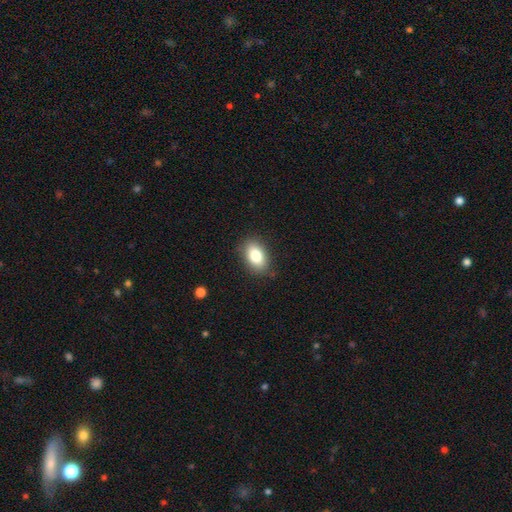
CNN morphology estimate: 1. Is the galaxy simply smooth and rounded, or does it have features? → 82% smooth, 10% featured or disk, 8% star or artifact.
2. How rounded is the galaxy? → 89% in between, 10% round, 2% cigar-shaped.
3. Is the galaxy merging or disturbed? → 86% none, 11% minor disturbance, 3% major disturbance, 1% merger.